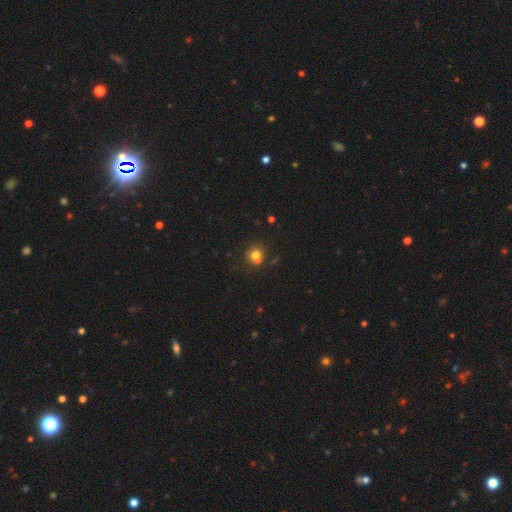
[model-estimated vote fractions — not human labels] Morphology: type=smooth (70%); roundness=round (82%); merging=none (52%).